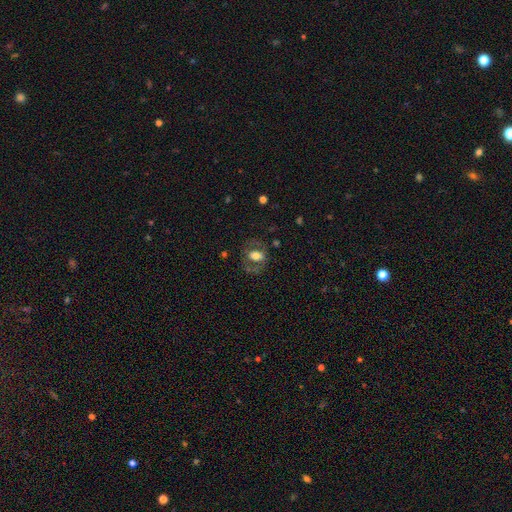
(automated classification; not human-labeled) Smooth or featured? Predicted: smooth (p=0.49). Merging? Predicted: none (p=0.65).